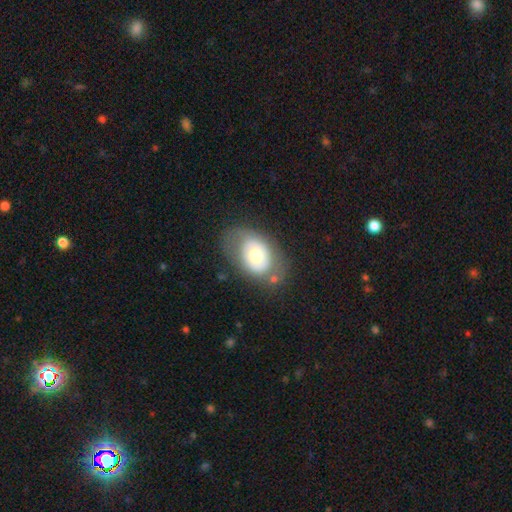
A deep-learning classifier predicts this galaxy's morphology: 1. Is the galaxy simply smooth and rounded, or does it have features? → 49% smooth, 45% featured or disk, 6% star or artifact.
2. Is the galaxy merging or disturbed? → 66% none, 19% minor disturbance, 11% major disturbance, 4% merger.